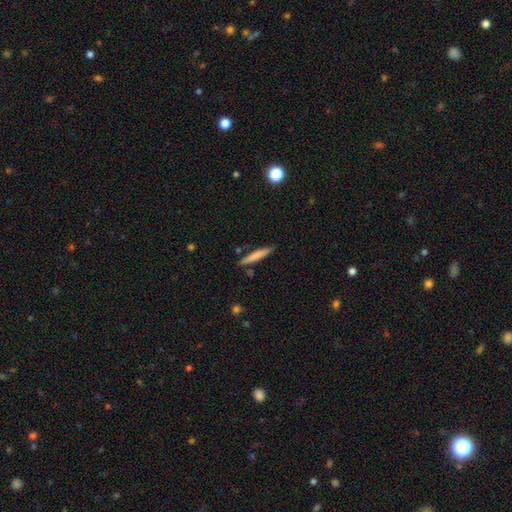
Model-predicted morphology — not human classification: smooth 74%, featured or disk 20%, star or artifact 6%. Down the decision tree: how rounded — cigar-shaped (93%); merging — none (85%).